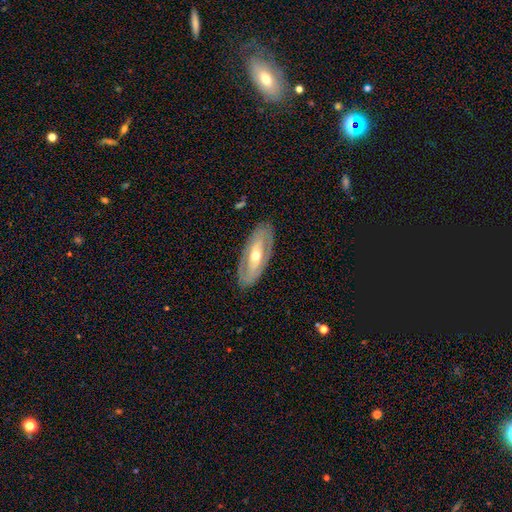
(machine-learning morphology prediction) smooth-or-featured: featured or disk: 67% | smooth: 28% | star or artifact: 5%
  disk-edge-on: no: 82% | yes: 18%
    bar: no: 57% | weak: 24% | strong: 19%
    has-spiral-arms: no: 61% | yes: 39%
    bulge-size: moderate: 69% | small: 24% | large: 6% | dominant: 1% | none: 1%
  merging: none: 84% | minor disturbance: 11% | major disturbance: 4% | merger: 1%